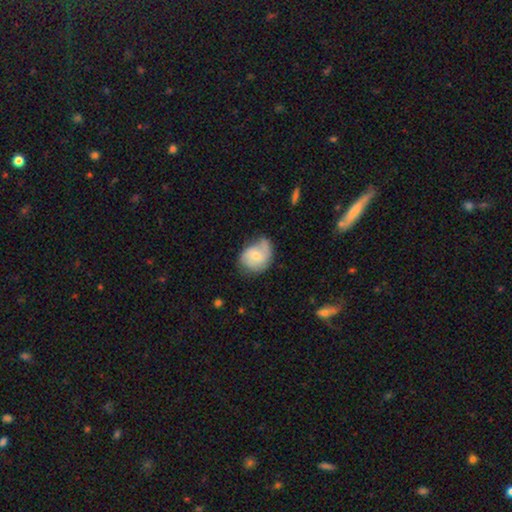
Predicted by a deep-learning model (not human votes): A smooth galaxy with no disk features (56%) that is round (56%). Merging: none (38%).